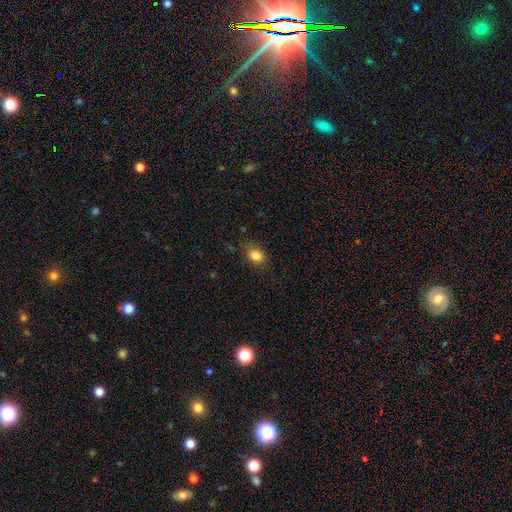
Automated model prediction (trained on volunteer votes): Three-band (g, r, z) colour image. It shows a smooth galaxy with no disk features (84%) that is in between round and cigar-shaped (63%). Merging: none (78%).